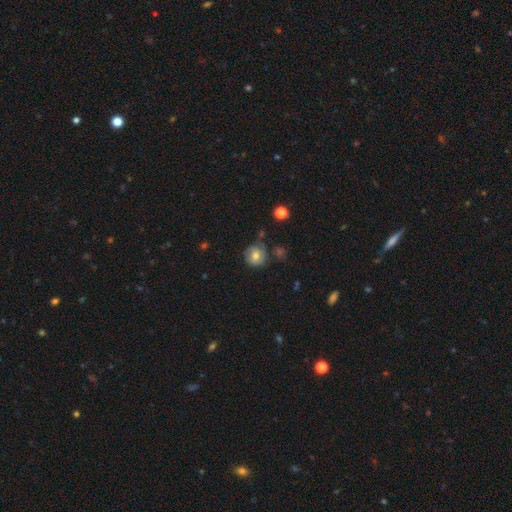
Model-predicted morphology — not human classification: Smooth or featured?
  - smooth: 66% *
  - featured or disk: 25%
  - star or artifact: 10%
How rounded?
  - round: 87% *
  - in between: 12%
  - cigar-shaped: 1%
Merging?
  - none: 64% *
  - minor disturbance: 23%
  - major disturbance: 7%
  - merger: 6%